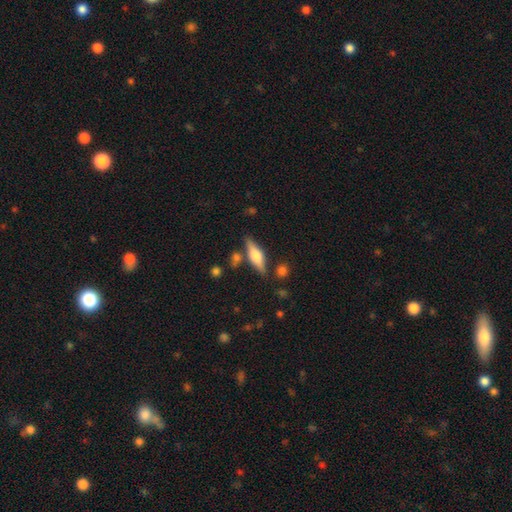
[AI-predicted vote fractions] This appears to be a featured or disk galaxy (54%) viewed edge-on (93%) with a rounded central bulge (87%). Merging: none (77%).